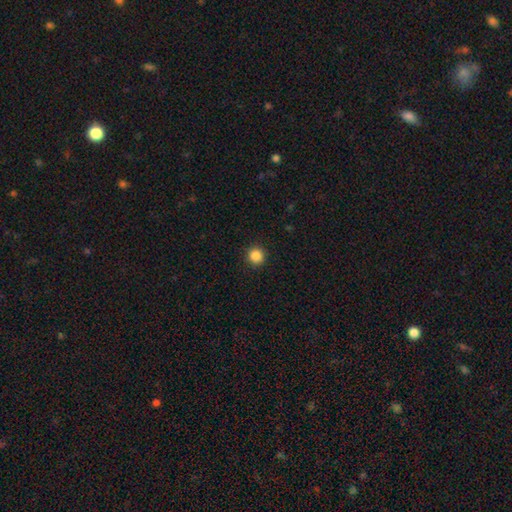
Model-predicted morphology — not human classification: Smooth or featured?
  - smooth: 86% *
  - star or artifact: 11%
  - featured or disk: 3%
How rounded?
  - round: 95% *
  - in between: 4%
  - cigar-shaped: 1%
Merging?
  - none: 93% *
  - minor disturbance: 5%
  - major disturbance: 2%
  - merger: 1%